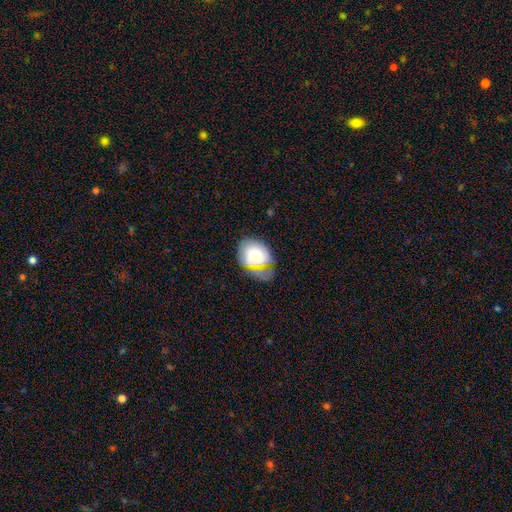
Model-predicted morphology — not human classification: Smooth or featured? smooth (75%)
How rounded? in between (65%)
Merging? none (52%)